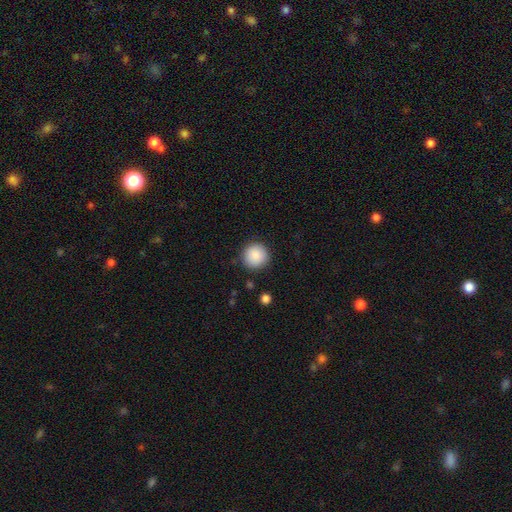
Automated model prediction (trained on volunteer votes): This is clearly a smooth galaxy (88%). How rounded: clearly round (94%). Merging: clearly none (89%).